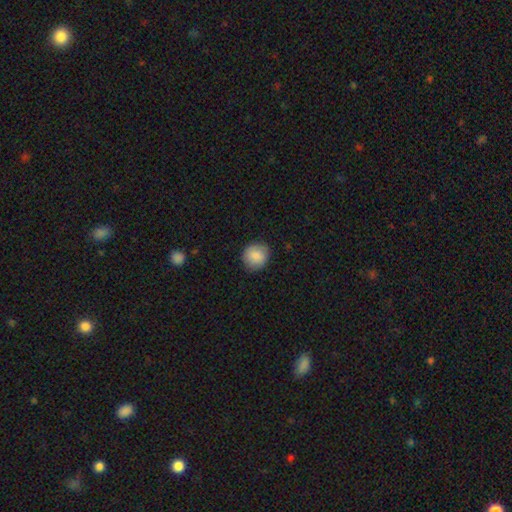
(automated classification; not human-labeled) Overall: smooth (87%). How rounded: round (90%). Merging: none (87%).